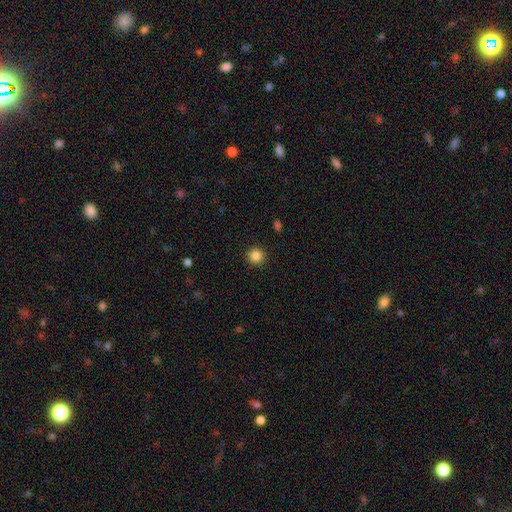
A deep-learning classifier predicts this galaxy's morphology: Smooth or featured? Predicted: smooth (p=0.85). How rounded? Predicted: round (p=0.93). Merging? Predicted: none (p=0.92).